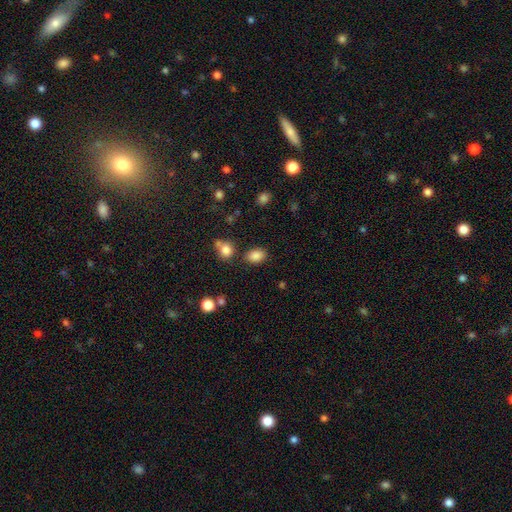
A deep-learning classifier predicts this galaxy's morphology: smooth-or-featured: smooth: 86% | star or artifact: 10% | featured or disk: 5%
  how-rounded: in between: 78% | round: 21% | cigar-shaped: 1%
  merging: none: 79% | minor disturbance: 11% | merger: 6% | major disturbance: 3%